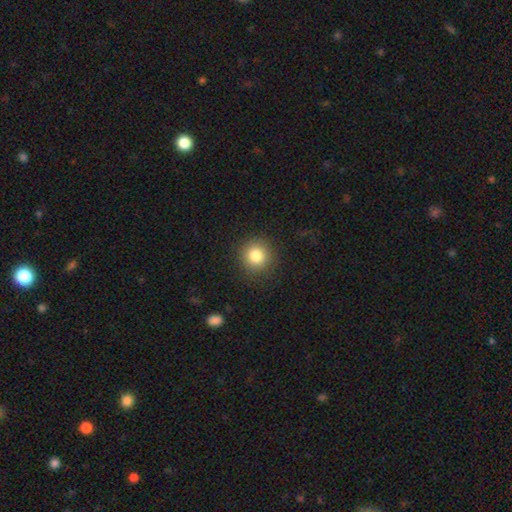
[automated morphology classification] smooth_or_featured: smooth (p=0.82) [alt: star or artifact p=0.11]
how_rounded: round (p=0.92) [alt: in between p=0.07]
merging: none (p=0.89) [alt: minor disturbance p=0.07]